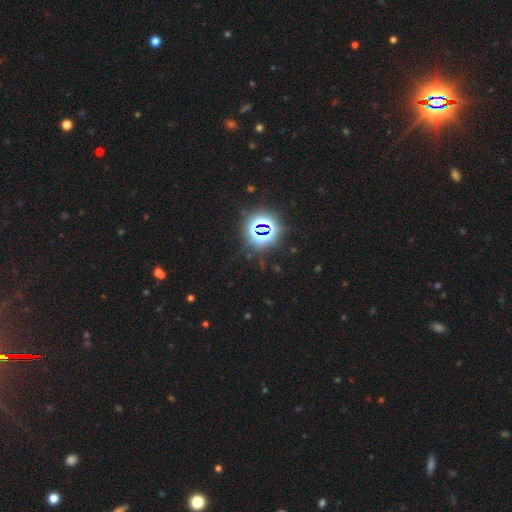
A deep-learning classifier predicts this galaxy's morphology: smooth-or-featured: star or artifact: 83% | smooth: 11% | featured or disk: 6%